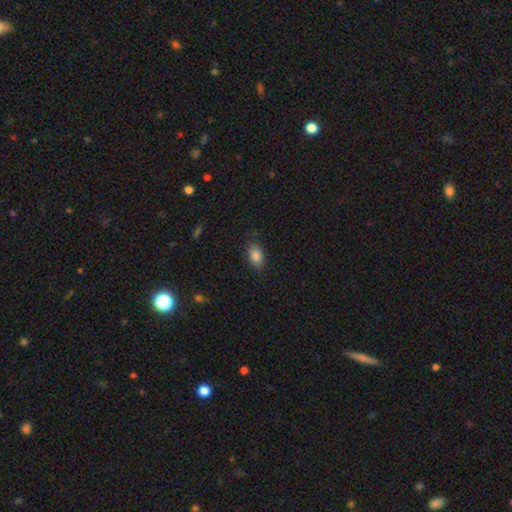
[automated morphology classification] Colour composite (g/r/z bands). It shows a smooth galaxy with no disk features (86%) that is in between round and cigar-shaped (89%). Merging: none (82%).